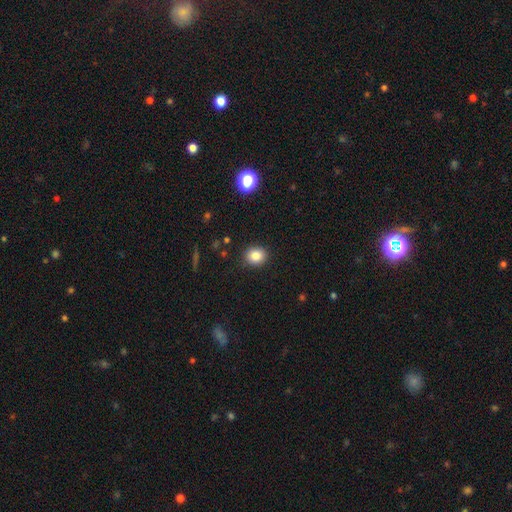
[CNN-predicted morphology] type=smooth (84%); roundness=round (73%); merging=none (89%).